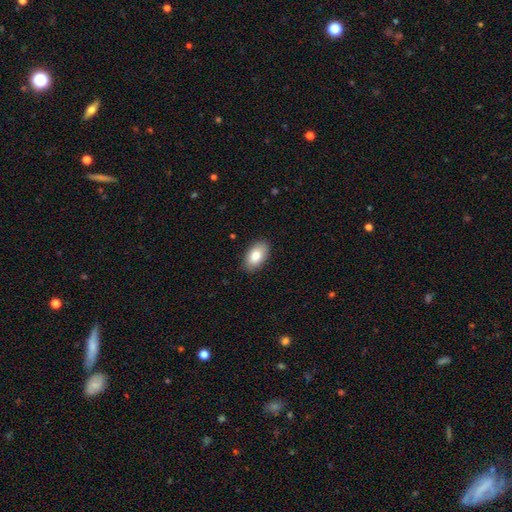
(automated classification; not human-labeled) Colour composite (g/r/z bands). It shows a smooth galaxy with no disk features (84%) that is in between round and cigar-shaped (94%). Merging: none (88%).